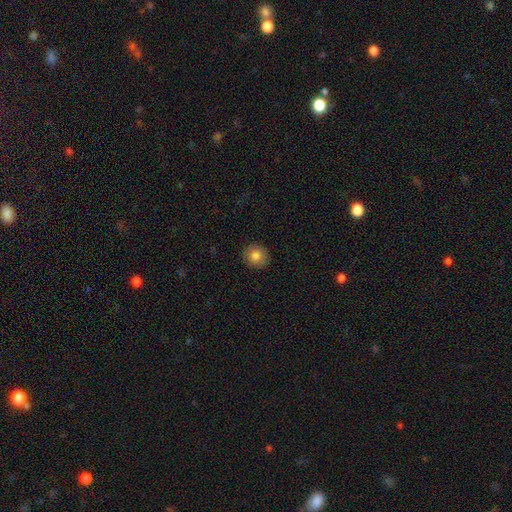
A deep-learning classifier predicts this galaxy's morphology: Overall: smooth (81%). How rounded: round (87%). Merging: none (90%).